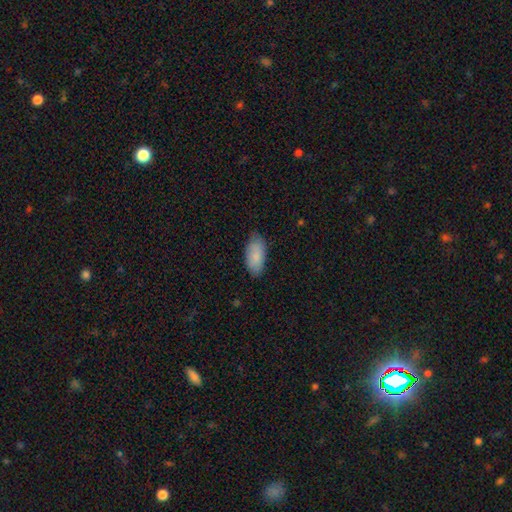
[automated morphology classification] A smooth galaxy with no disk features (87%) that is in between round and cigar-shaped (93%).

Vote fractions:
- Smooth or featured? smooth: 87% / featured or disk: 7% / star or artifact: 6%
- How rounded? in between: 93% / cigar-shaped: 6% / round: 2%
- Merging? none: 79% / minor disturbance: 17% / major disturbance: 3% / merger: 1%